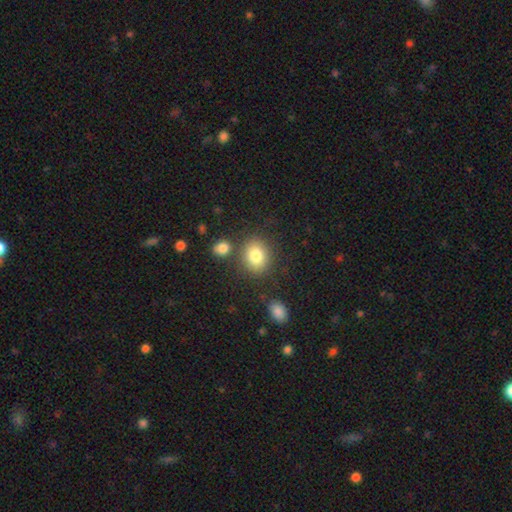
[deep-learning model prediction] Smooth or featured? smooth (82%)
How rounded? round (56%)
Merging? none (77%)